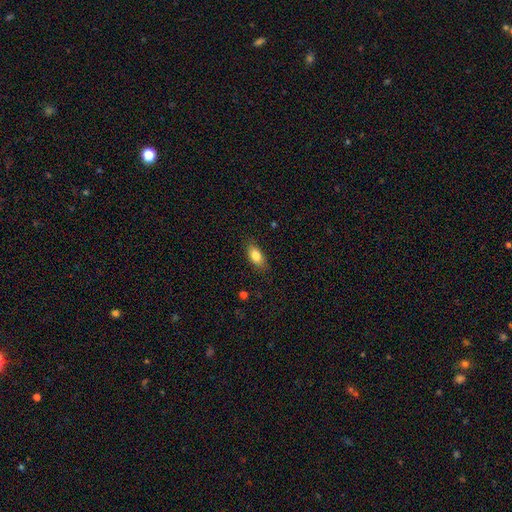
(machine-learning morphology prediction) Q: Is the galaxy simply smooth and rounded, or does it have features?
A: smooth — 82%.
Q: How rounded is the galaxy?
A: in between — 86%.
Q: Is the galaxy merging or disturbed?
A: none — 84%.